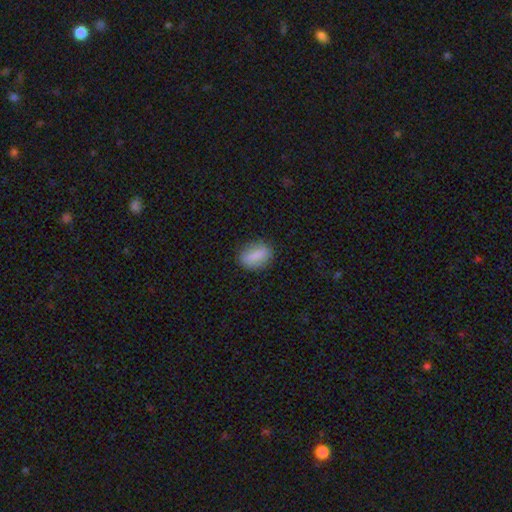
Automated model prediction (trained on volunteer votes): This appears to be a smooth galaxy with no disk features (80%) that is in between round and cigar-shaped (77%). Merging: none (83%).